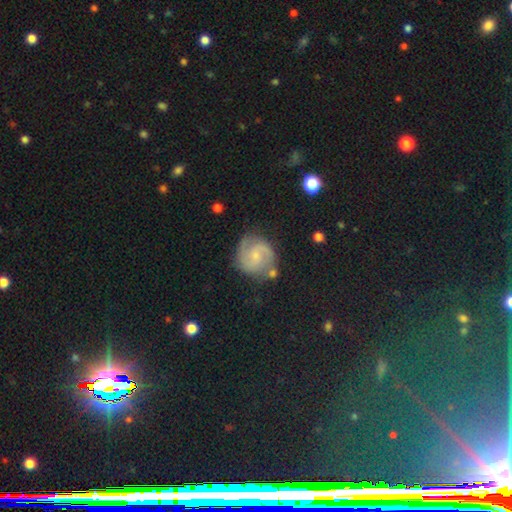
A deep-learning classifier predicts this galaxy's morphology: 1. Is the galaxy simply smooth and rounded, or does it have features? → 84% featured or disk, 10% smooth, 6% star or artifact.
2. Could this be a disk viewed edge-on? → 98% no, 2% yes.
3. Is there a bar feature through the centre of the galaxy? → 52% no, 41% weak, 7% strong.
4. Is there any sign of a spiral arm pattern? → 97% yes, 3% no.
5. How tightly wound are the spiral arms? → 53% medium, 35% tight, 12% loose.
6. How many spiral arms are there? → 87% 2, 4% 3, 4% can't tell, 2% 1, 1% 4, 1% more than 4.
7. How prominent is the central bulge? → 70% small, 21% moderate, 7% none, 1% large, 1% dominant.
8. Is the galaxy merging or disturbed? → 76% none, 15% minor disturbance, 5% major disturbance, 4% merger.